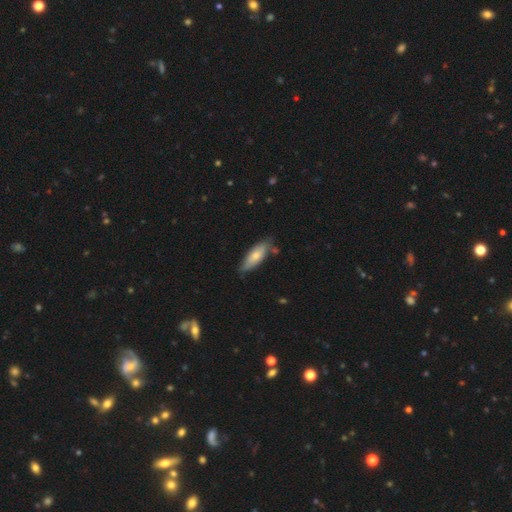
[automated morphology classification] type=smooth (68%); roundness=in between (66%); merging=none (70%).